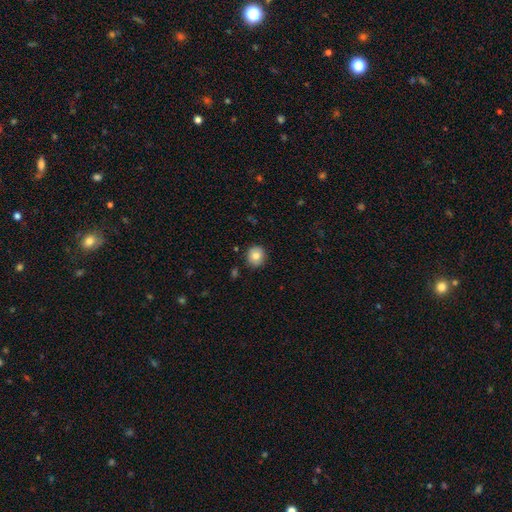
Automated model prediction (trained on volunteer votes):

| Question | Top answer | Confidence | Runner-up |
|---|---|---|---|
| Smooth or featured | smooth | 81% | featured or disk (10%) |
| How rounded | round | 90% | in between (9%) |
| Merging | none | 89% | minor disturbance (8%) |